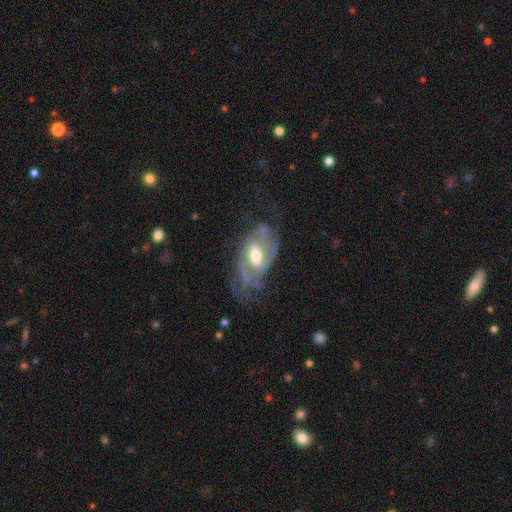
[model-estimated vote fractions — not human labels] Morphology: type=featured or disk (80%); edge-on=no (93%); bar=weak (48%); spiral arms=yes (84%); winding=medium (45%); arm count=2 (46%); bulge=moderate (66%); merging=none (47%).